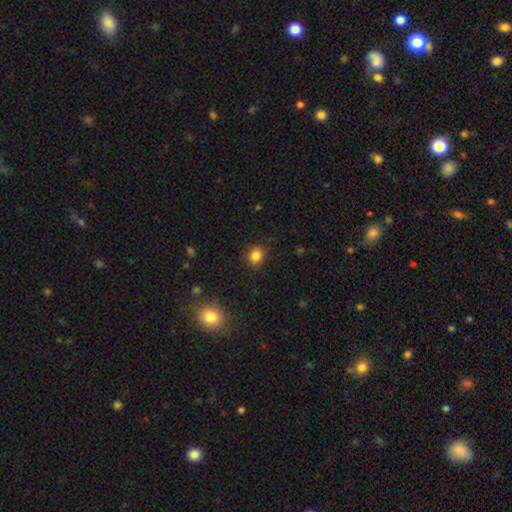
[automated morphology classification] smooth 84%, star or artifact 12%, featured or disk 4%. Down the decision tree: how rounded — round (80%); merging — none (86%).